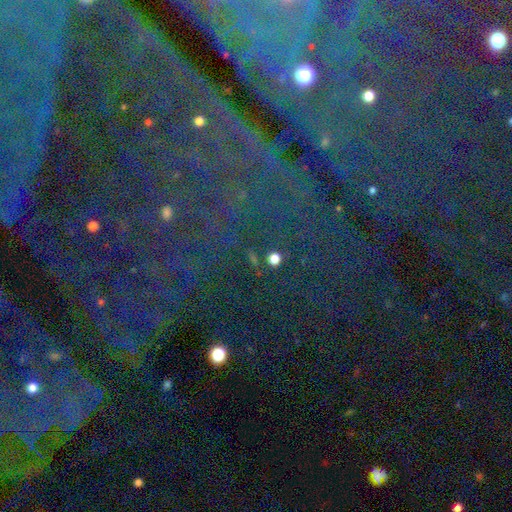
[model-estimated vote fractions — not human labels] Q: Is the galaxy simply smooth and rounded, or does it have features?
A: star or artifact — 83%.